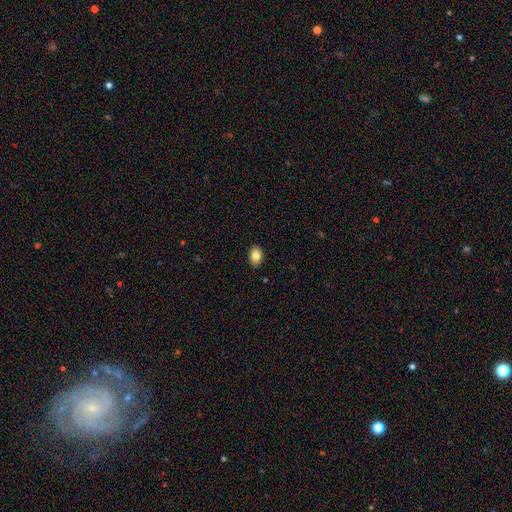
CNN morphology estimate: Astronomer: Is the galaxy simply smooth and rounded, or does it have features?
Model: smooth — 84%.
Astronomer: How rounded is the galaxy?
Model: in between — 82%.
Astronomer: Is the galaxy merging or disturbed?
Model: none — 89%.